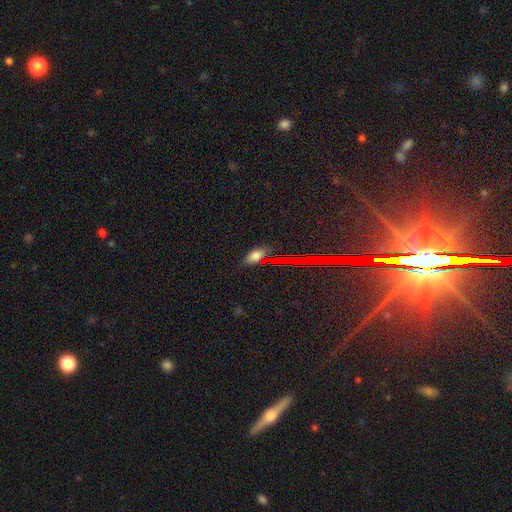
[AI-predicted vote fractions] Smooth or featured? smooth (68%)
How rounded? in between (85%)
Merging? none (78%)